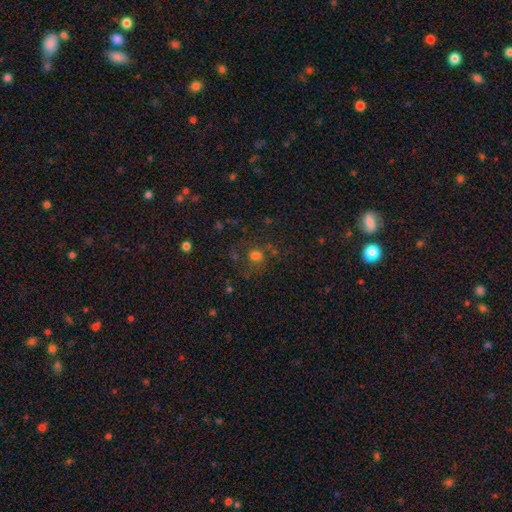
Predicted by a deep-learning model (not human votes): smooth-or-featured: smooth: 67% | star or artifact: 20% | featured or disk: 13%
  how-rounded: round: 84% | in between: 15% | cigar-shaped: 1%
  merging: none: 63% | minor disturbance: 17% | major disturbance: 14% | merger: 6%